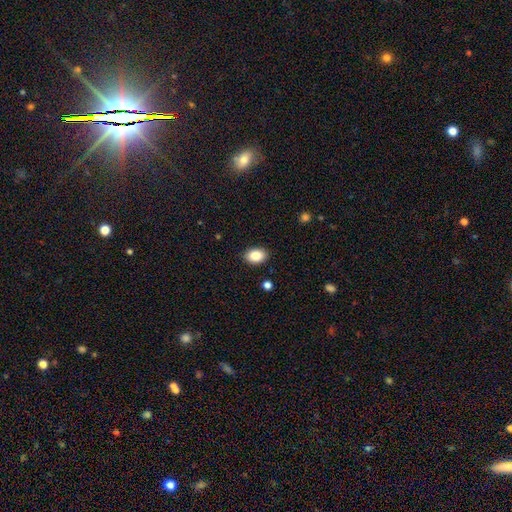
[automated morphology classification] Smooth or featured? smooth (86%)
How rounded? in between (81%)
Merging? none (89%)